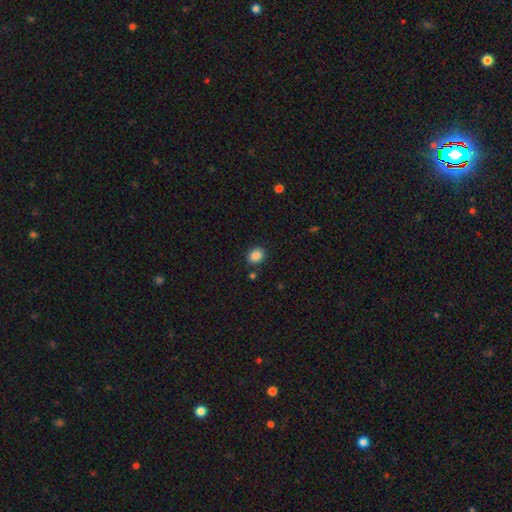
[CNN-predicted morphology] Smooth or featured? Predicted: smooth (p=0.87). How rounded? Predicted: in between (p=0.54). Merging? Predicted: none (p=0.86).